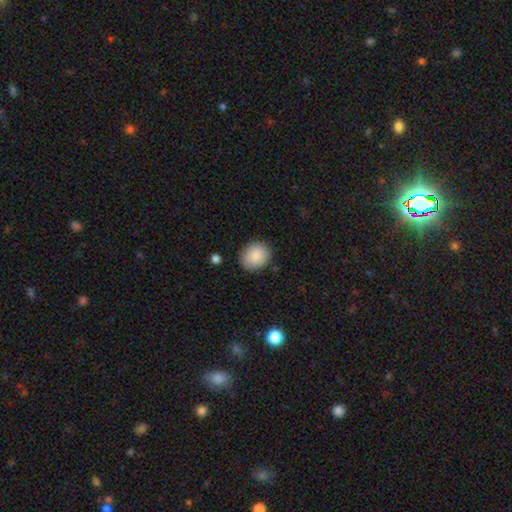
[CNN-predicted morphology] Smooth or featured? Predicted: smooth (p=0.88). How rounded? Predicted: round (p=0.72). Merging? Predicted: none (p=0.85).